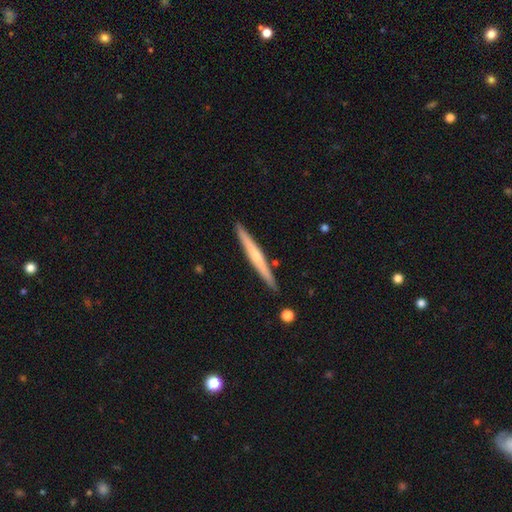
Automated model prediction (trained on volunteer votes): smooth-or-featured: featured or disk: 54% | smooth: 41% | star or artifact: 6%
  disk-edge-on: yes: 97% | no: 3%
    edge-on-bulge: rounded: 50% | none: 45% | boxy: 5%
  merging: none: 90% | minor disturbance: 7% | merger: 2% | major disturbance: 1%